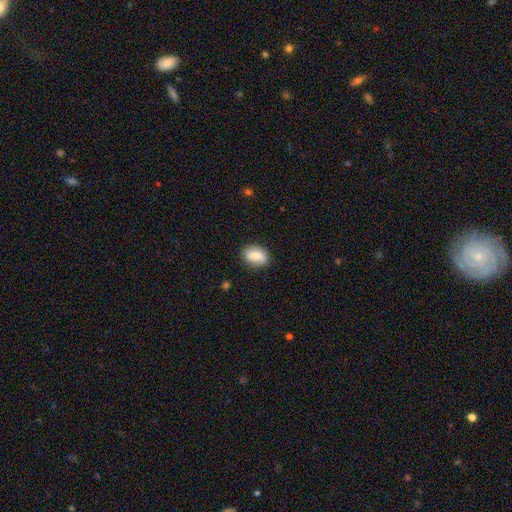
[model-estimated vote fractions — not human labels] Q: Smooth or featured?
A: smooth (78%); runner-up: featured or disk (14%)
Q: How rounded?
A: in between (79%); runner-up: round (19%)
Q: Merging?
A: none (79%); runner-up: minor disturbance (16%)